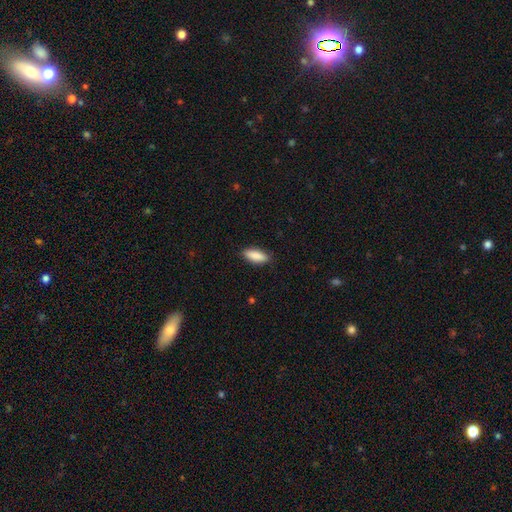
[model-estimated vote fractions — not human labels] A smooth galaxy with no disk features (88%) that is in between round and cigar-shaped (68%). Merging: none (87%).